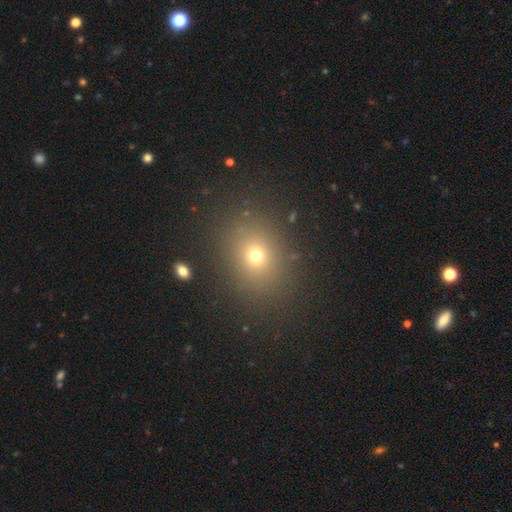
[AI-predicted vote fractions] A smooth galaxy with no disk features (66%) that is round (59%).

Vote fractions:
- Smooth or featured? smooth: 66% / star or artifact: 23% / featured or disk: 10%
- How rounded? round: 59% / in between: 40% / cigar-shaped: 1%
- Merging? none: 87% / minor disturbance: 8% / major disturbance: 4% / merger: 2%